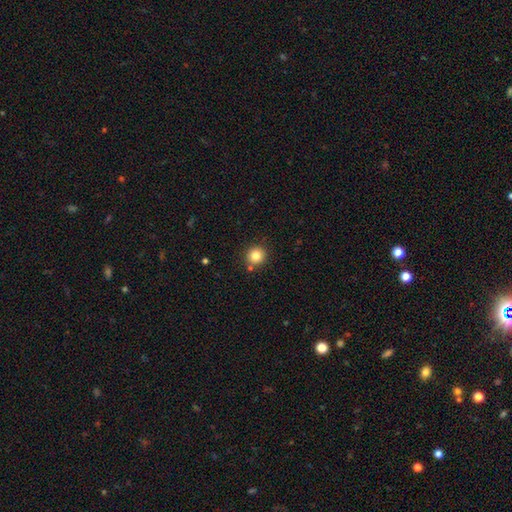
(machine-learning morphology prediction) smooth 82%, star or artifact 11%, featured or disk 6%. Down the decision tree: how rounded — round (92%); merging — none (84%).